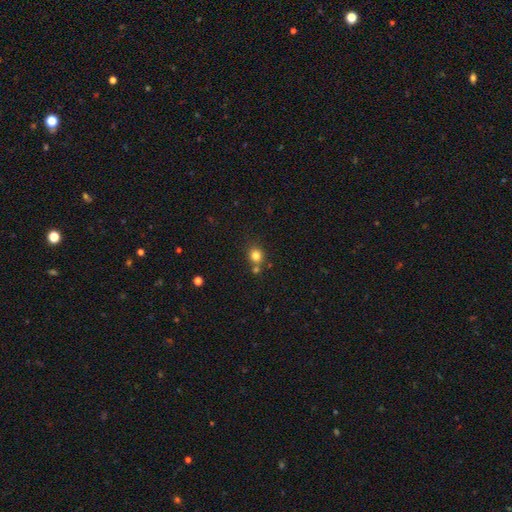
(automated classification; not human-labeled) Smooth or featured? Predicted: smooth (p=0.81). How rounded? Predicted: round (p=0.84). Merging? Predicted: none (p=0.68).